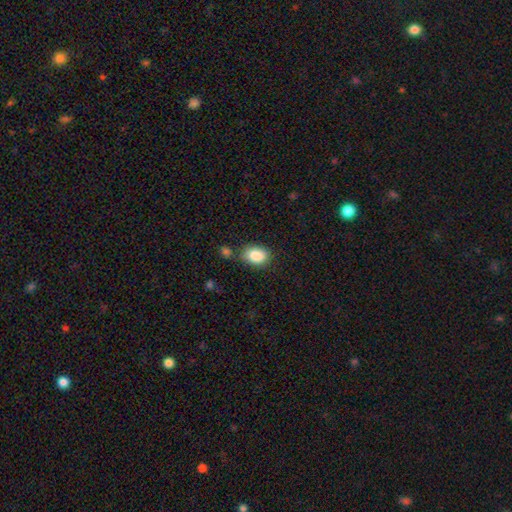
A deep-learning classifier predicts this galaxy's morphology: Q: Smooth or featured?
A: smooth (87%); runner-up: star or artifact (8%)
Q: How rounded?
A: in between (79%); runner-up: round (20%)
Q: Merging?
A: none (70%); runner-up: minor disturbance (18%)